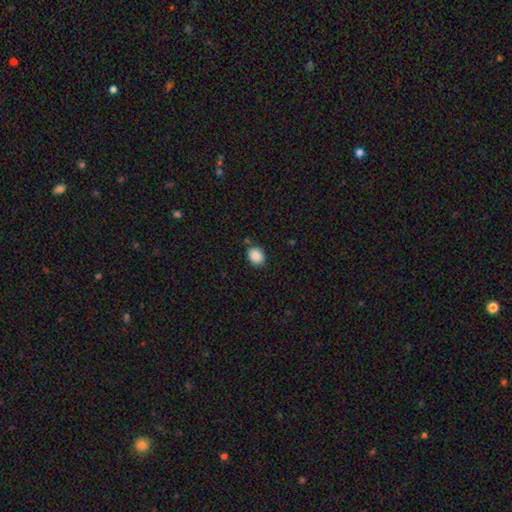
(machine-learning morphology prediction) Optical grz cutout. It shows a smooth galaxy with no disk features (88%) that is in between round and cigar-shaped (56%). Merging: none (83%).